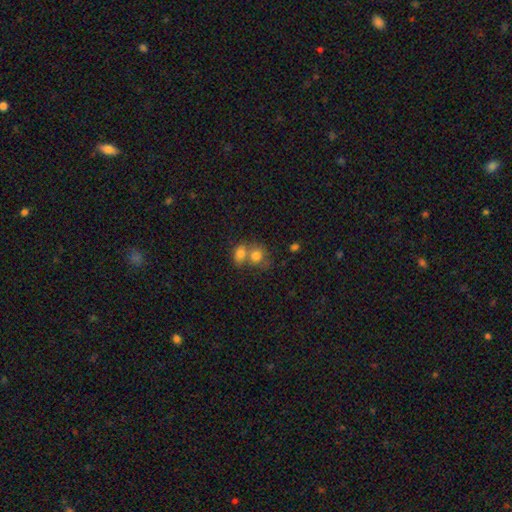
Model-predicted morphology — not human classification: smooth 77%, featured or disk 13%, star or artifact 10%. Down the decision tree: how rounded — round (63%); merging — merger (61%).